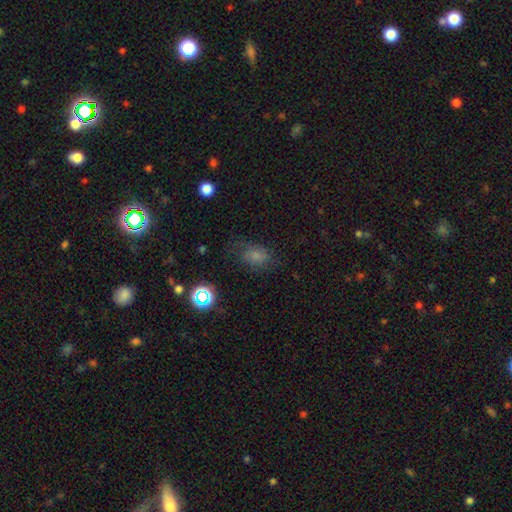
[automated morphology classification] A smooth galaxy with no disk features (70%) that is in between round and cigar-shaped (73%). Merging: none (61%).